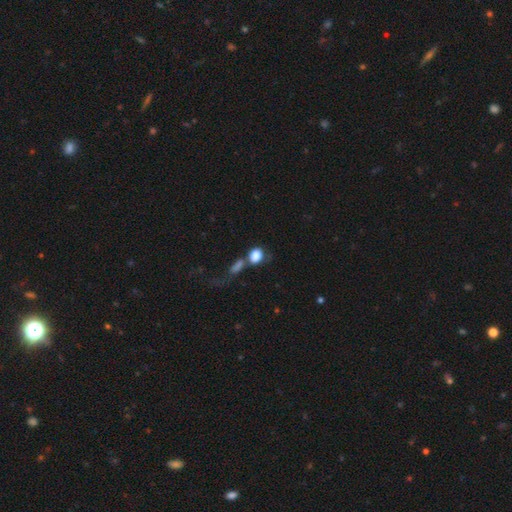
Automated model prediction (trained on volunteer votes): smooth-or-featured: smooth: 82% | star or artifact: 9% | featured or disk: 9%
  how-rounded: in between: 52% | round: 45% | cigar-shaped: 3%
  merging: merger: 44% | none: 28% | major disturbance: 16% | minor disturbance: 12%